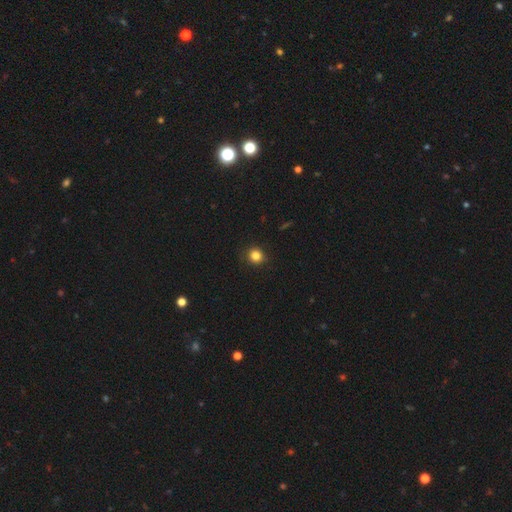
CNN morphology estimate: This appears to be a smooth galaxy with no disk features (83%) that is round (91%). Merging: none (89%).